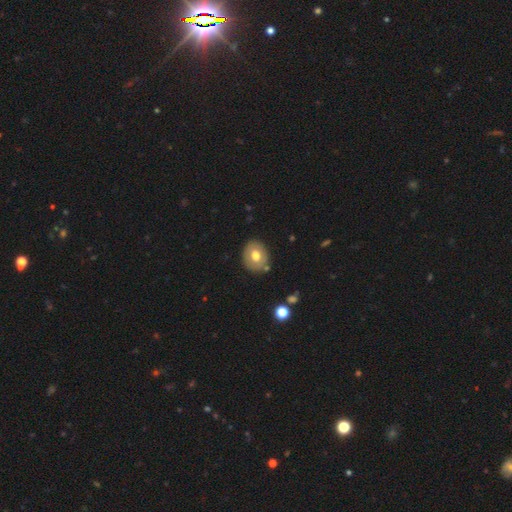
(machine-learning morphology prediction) Q: Smooth or featured?
A: smooth (67%); runner-up: featured or disk (25%)
Q: How rounded?
A: round (52%); runner-up: in between (47%)
Q: Merging?
A: none (82%); runner-up: minor disturbance (12%)